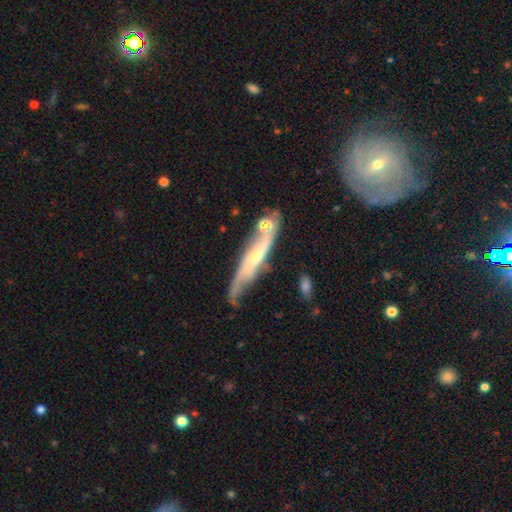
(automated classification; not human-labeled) Smooth or featured? Predicted: featured or disk (p=0.67). Edge-on disk? Predicted: yes (p=0.59). Merging? Predicted: none (p=0.49).